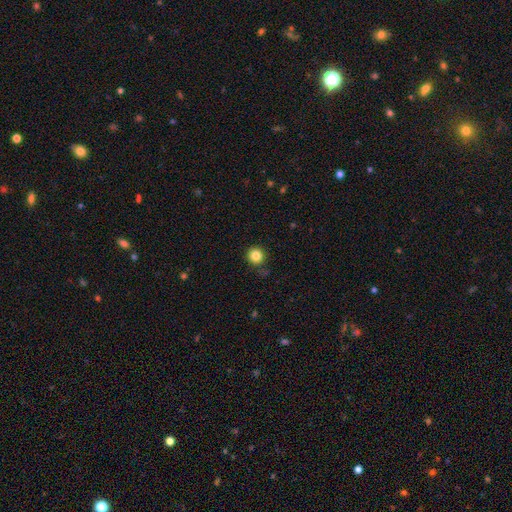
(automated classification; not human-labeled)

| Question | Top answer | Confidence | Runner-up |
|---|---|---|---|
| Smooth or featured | smooth | 84% | star or artifact (11%) |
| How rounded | round | 94% | in between (5%) |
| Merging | none | 86% | minor disturbance (9%) |